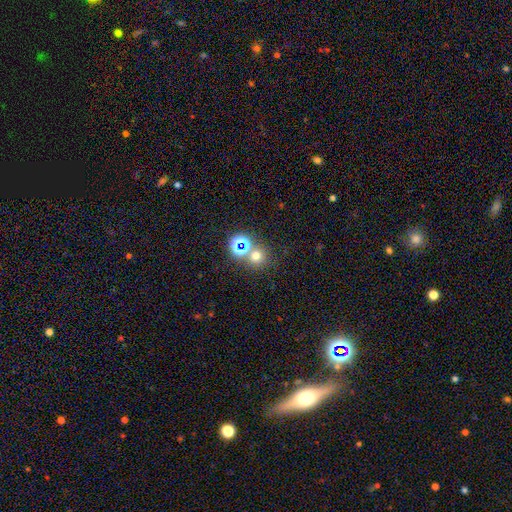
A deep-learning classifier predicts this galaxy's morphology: This is likely a smooth galaxy (61%). How rounded: clearly round (89%). Merging: likely none (66%).